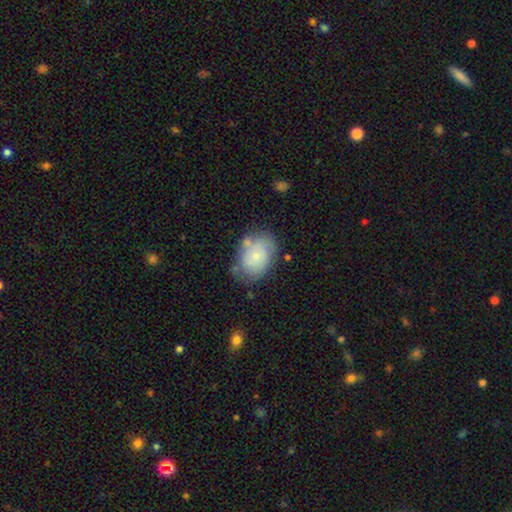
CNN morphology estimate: This is likely a smooth galaxy (69%). How rounded: likely in between (77%). Merging: possibly none (57%).